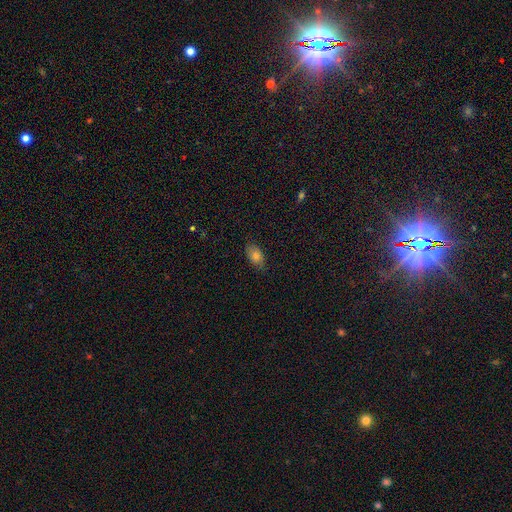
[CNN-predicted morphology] Overall: smooth (79%). How rounded: in between (89%). Merging: none (80%).